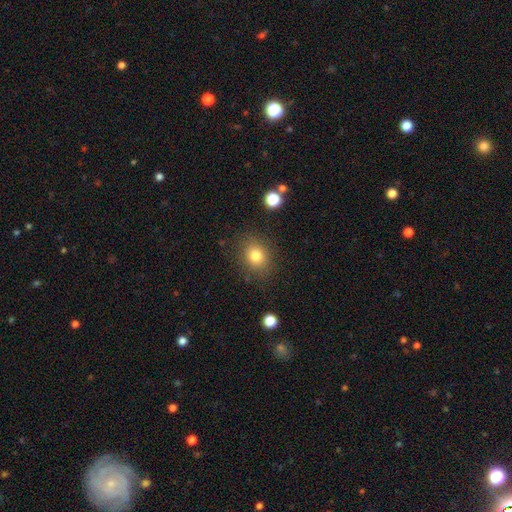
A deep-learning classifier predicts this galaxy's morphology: A smooth galaxy with no disk features (80%) that is round (61%). Merging: none (84%).